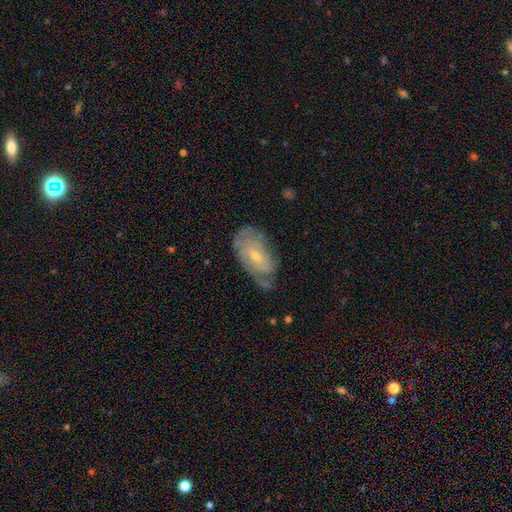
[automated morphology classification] smooth_or_featured: featured or disk (p=0.65) [alt: smooth p=0.27]
disk_edge_on: no (p=0.93) [alt: yes p=0.07]
bar: no (p=0.58) [alt: weak p=0.35]
has_spiral_arms: yes (p=0.81) [alt: no p=0.19]
bulge_size: small (p=0.63) [alt: moderate p=0.34]
merging: none (p=0.55) [alt: minor disturbance p=0.30]